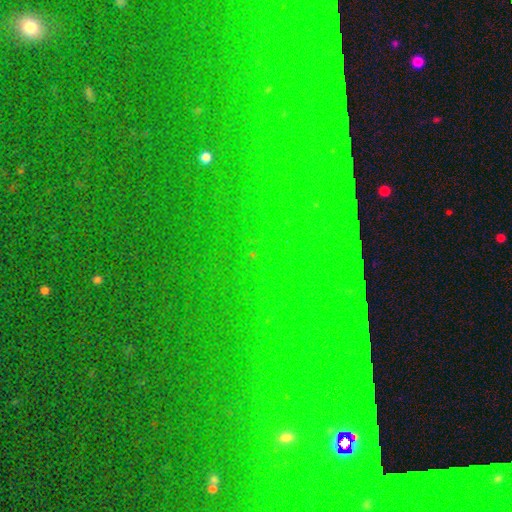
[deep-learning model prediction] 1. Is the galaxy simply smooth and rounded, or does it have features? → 82% star or artifact, 10% smooth, 8% featured or disk.